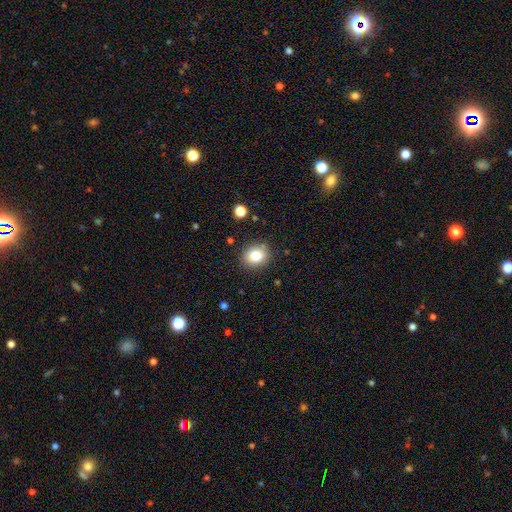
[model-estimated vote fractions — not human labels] smooth-or-featured: smooth: 82% | star or artifact: 11% | featured or disk: 7%
  how-rounded: round: 67% | in between: 32% | cigar-shaped: 1%
  merging: none: 86% | minor disturbance: 10% | major disturbance: 3% | merger: 2%